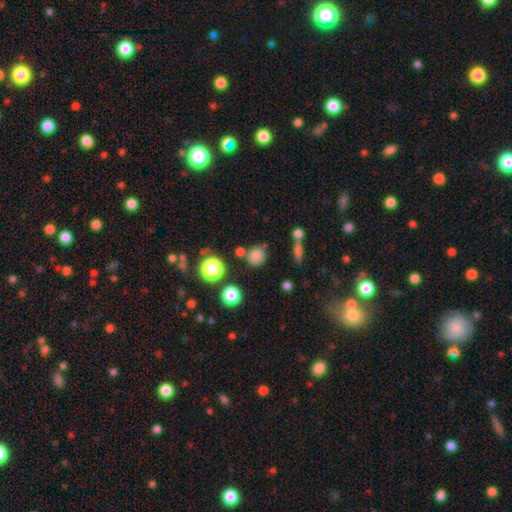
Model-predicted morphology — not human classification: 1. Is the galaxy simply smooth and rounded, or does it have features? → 78% smooth, 15% star or artifact, 6% featured or disk.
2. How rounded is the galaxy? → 76% round, 23% in between, 1% cigar-shaped.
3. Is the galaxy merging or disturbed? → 71% none, 14% minor disturbance, 10% merger, 5% major disturbance.